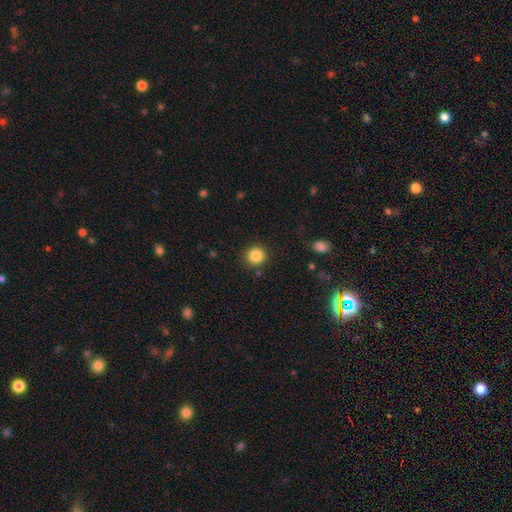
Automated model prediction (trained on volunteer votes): Overall: smooth (85%). How rounded: round (93%). Merging: none (88%).